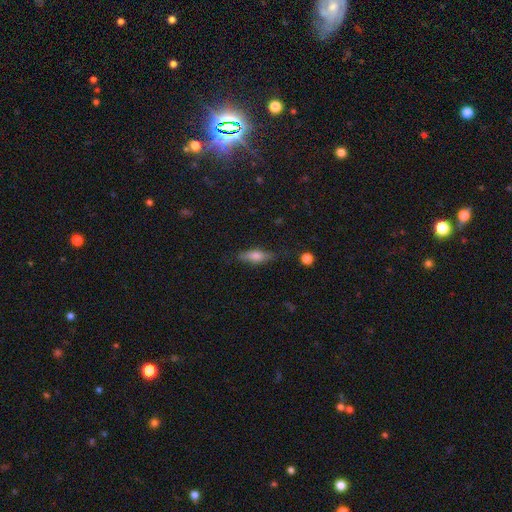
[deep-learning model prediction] A smooth galaxy with no disk features (57%) that is cigar-shaped (49%).

Vote fractions:
- Smooth or featured? smooth: 57% / featured or disk: 35% / star or artifact: 8%
- How rounded? cigar-shaped: 49% / in between: 48% / round: 4%
- Merging? none: 77% / minor disturbance: 17% / major disturbance: 4% / merger: 2%